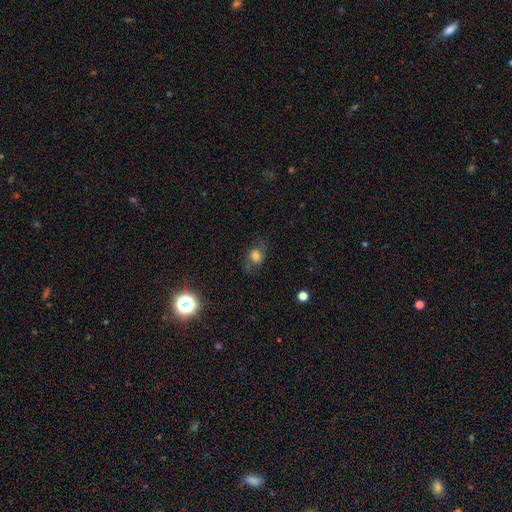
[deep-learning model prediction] smooth 53%, featured or disk 32%, star or artifact 14%. Down the decision tree: how rounded — in between (52%); merging — none (67%).